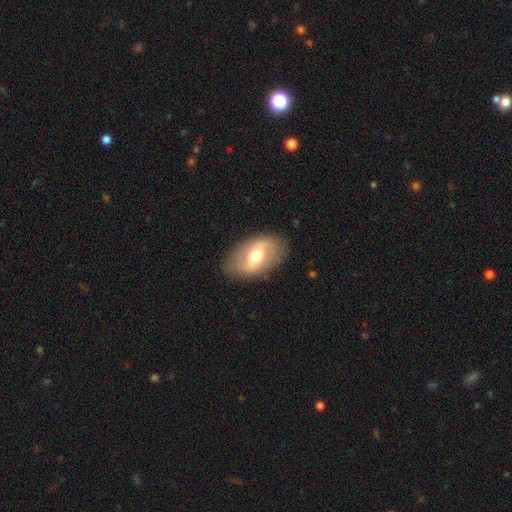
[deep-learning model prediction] Overall: featured or disk (51%; smooth 43%). Edge-on disk: no (87%). Merging: none (82%).